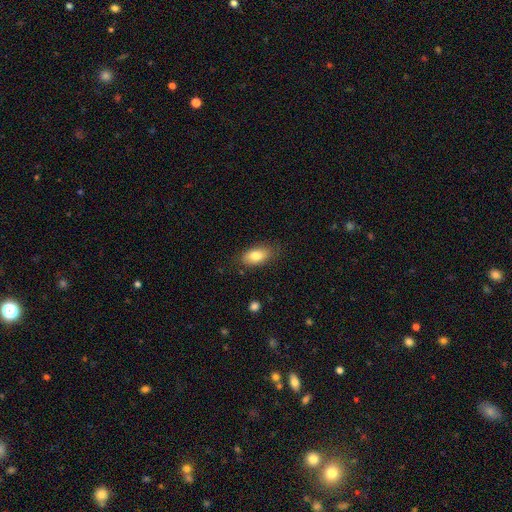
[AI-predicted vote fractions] smooth-or-featured: smooth: 81% | featured or disk: 12% | star or artifact: 7%
  how-rounded: in between: 90% | cigar-shaped: 6% | round: 5%
  merging: none: 80% | minor disturbance: 15% | major disturbance: 3% | merger: 1%